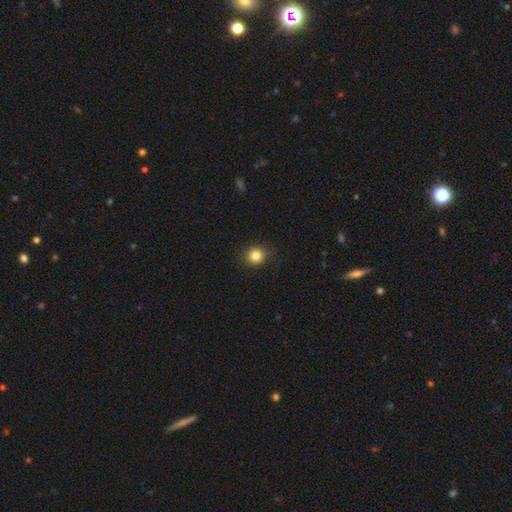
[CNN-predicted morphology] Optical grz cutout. It shows a smooth galaxy with no disk features (83%) that is round (89%). Merging: none (88%).